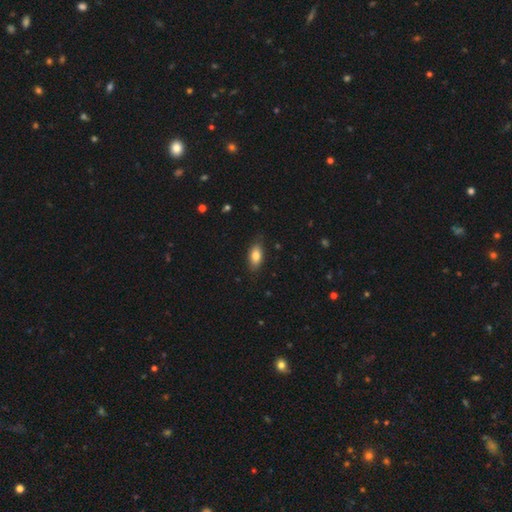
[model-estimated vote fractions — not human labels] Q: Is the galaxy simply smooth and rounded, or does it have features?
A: smooth — 81%.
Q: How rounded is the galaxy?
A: in between — 88%.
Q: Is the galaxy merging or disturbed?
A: none — 82%.